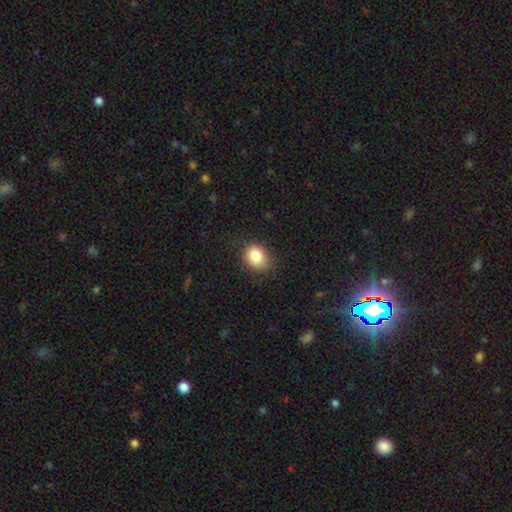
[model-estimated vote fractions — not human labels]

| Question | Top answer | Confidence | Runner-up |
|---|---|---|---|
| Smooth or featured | smooth | 84% | star or artifact (9%) |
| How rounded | round | 51% | in between (49%) |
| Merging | none | 78% | minor disturbance (17%) |